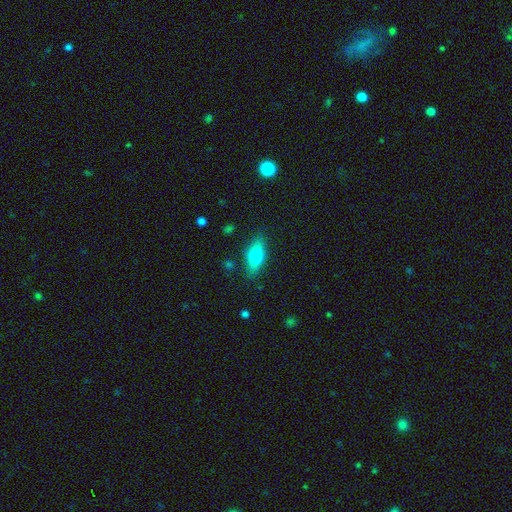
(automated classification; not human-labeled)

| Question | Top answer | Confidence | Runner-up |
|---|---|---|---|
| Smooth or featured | smooth | 63% | featured or disk (30%) |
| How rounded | in between | 68% | cigar-shaped (28%) |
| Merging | none | 85% | minor disturbance (11%) |